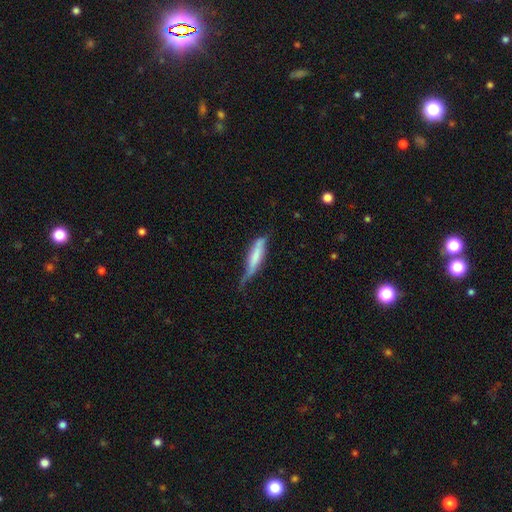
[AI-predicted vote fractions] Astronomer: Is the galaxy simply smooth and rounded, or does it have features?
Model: smooth — 59%.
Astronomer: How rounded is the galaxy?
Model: cigar-shaped — 79%.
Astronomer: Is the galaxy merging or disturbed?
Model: minor disturbance — 42% (runner-up: none, 33%).